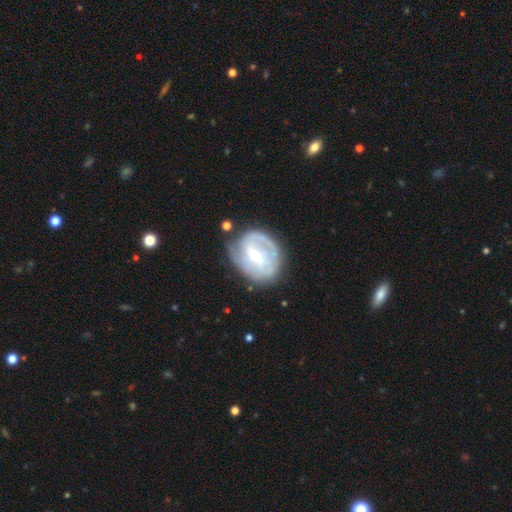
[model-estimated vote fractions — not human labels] smooth_or_featured: featured or disk (p=0.78) [alt: smooth p=0.17]
disk_edge_on: no (p=0.97) [alt: yes p=0.03]
bar: weak (p=0.50) [alt: strong p=0.29]
has_spiral_arms: yes (p=0.85) [alt: no p=0.15]
spiral_winding: tight (p=0.57) [alt: medium p=0.31]
spiral_arm_count: 2 (p=0.43) [alt: can't tell p=0.30]
bulge_size: small (p=0.49) [alt: moderate p=0.45]
merging: none (p=0.62) [alt: minor disturbance p=0.24]